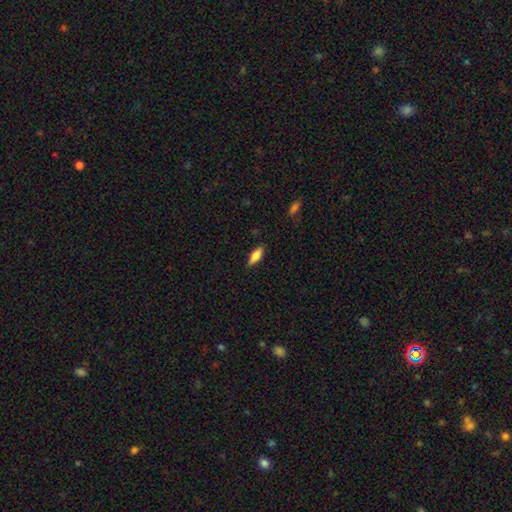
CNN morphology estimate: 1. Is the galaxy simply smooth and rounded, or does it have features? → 82% smooth, 11% featured or disk, 7% star or artifact.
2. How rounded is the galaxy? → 72% in between, 26% cigar-shaped, 2% round.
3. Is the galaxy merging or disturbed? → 82% none, 14% minor disturbance, 3% major disturbance, 1% merger.